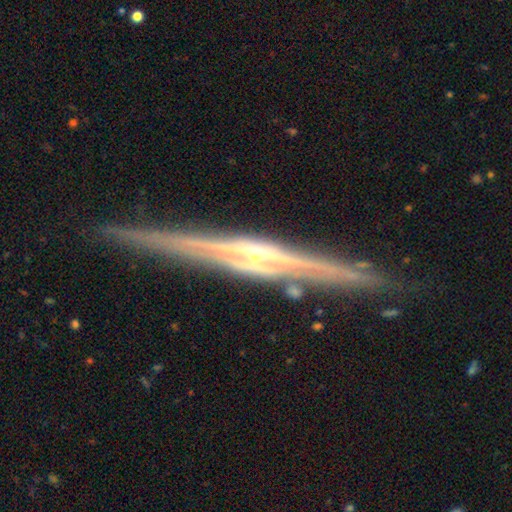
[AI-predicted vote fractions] Smooth or featured? Predicted: featured or disk (p=0.90). Edge-on disk? Predicted: yes (p=0.98). Edge-on bulge? Predicted: rounded (p=0.71). Merging? Predicted: none (p=0.89).